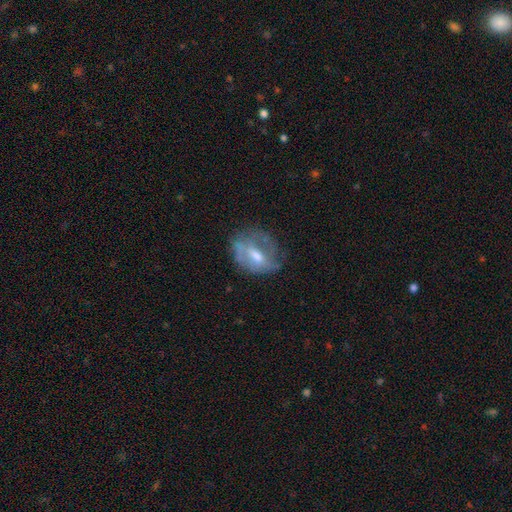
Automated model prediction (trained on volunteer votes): Smooth or featured: featured or disk — 57% (smooth — 34%)
Edge-on disk: no — 95% (yes — 5%)
Bar: weak — 45% (no — 39%)
Spiral arms: no — 59% (yes — 41%)
Bulge size: moderate — 59% (small — 27%)
Merging: none — 49% (minor disturbance — 27%)